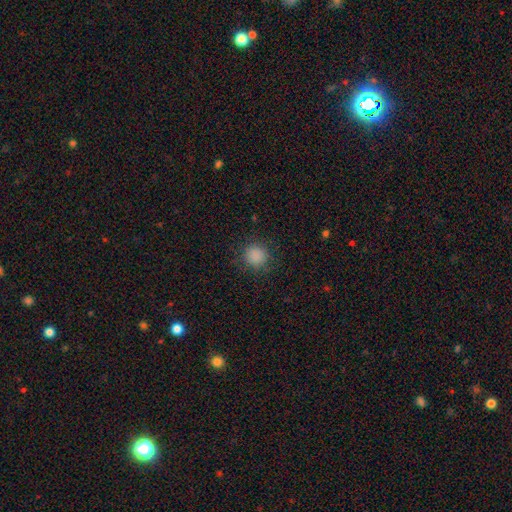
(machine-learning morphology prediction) smooth 85%, star or artifact 11%, featured or disk 3%. Down the decision tree: how rounded — round (91%); merging — none (87%).